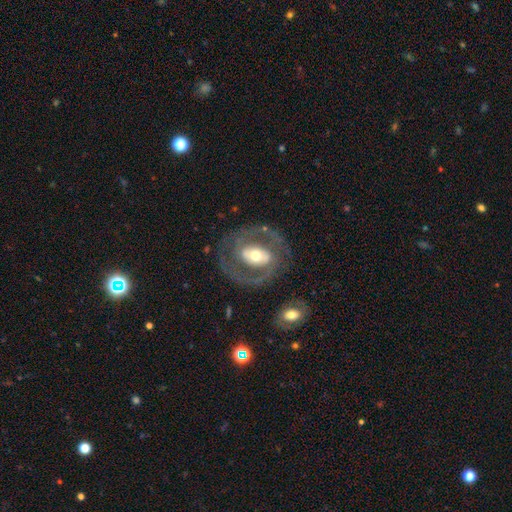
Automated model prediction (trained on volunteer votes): Smooth or featured? featured or disk (79%)
Edge-on disk? no (96%)
Bar? no (38%)
Spiral arms? yes (73%)
Spiral winding? medium (46%)
Spiral arm count? 2 (81%)
Bulge size? moderate (62%)
Merging? none (73%)